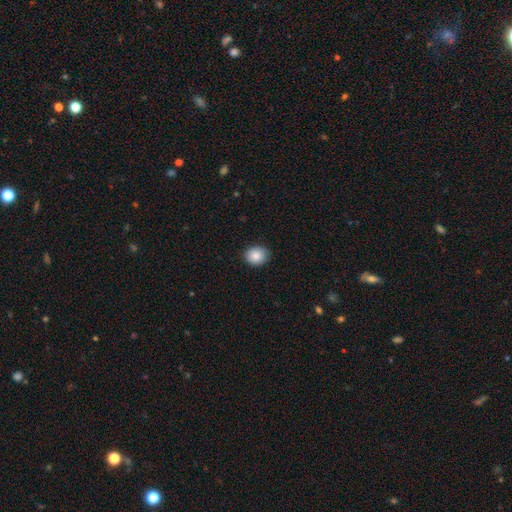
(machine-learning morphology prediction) Q: Smooth or featured?
A: smooth (87%); runner-up: star or artifact (8%)
Q: How rounded?
A: round (59%); runner-up: in between (41%)
Q: Merging?
A: none (87%); runner-up: minor disturbance (10%)